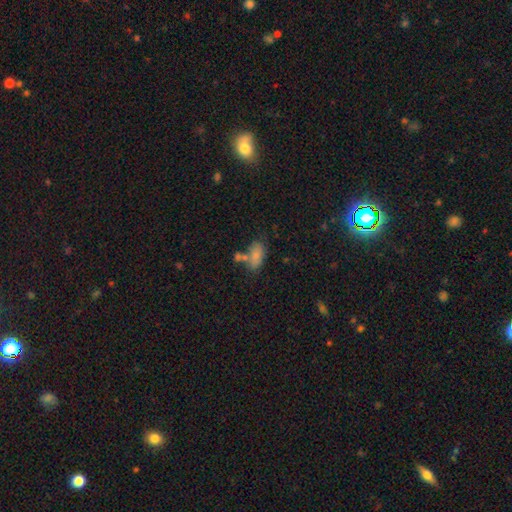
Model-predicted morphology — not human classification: Smooth or featured? smooth (79%)
How rounded? in between (90%)
Merging? none (49%)